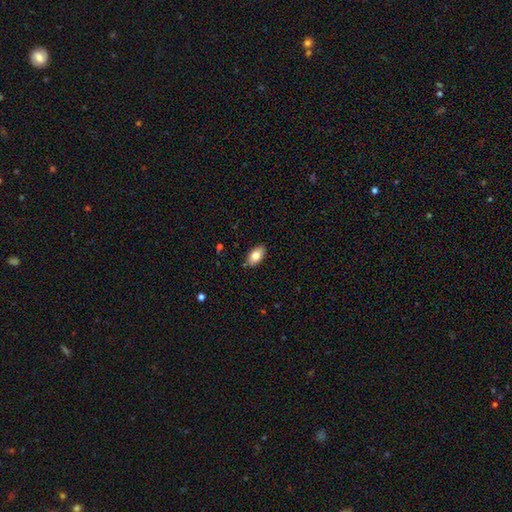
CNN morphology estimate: Smooth or featured? Predicted: smooth (p=0.80). How rounded? Predicted: in between (p=0.92). Merging? Predicted: none (p=0.86).